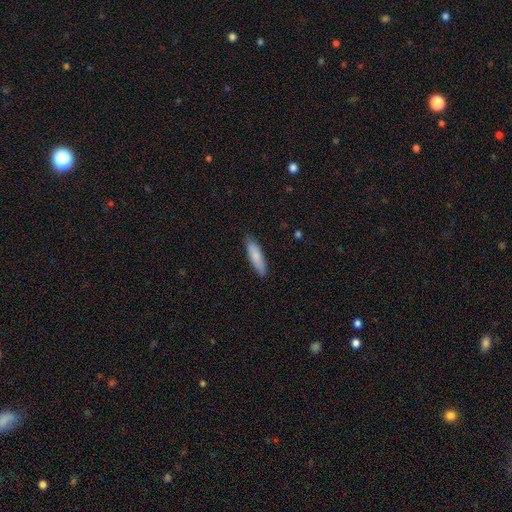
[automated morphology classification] smooth 83%, featured or disk 11%, star or artifact 6%. Down the decision tree: how rounded — cigar-shaped (67%); merging — none (86%).